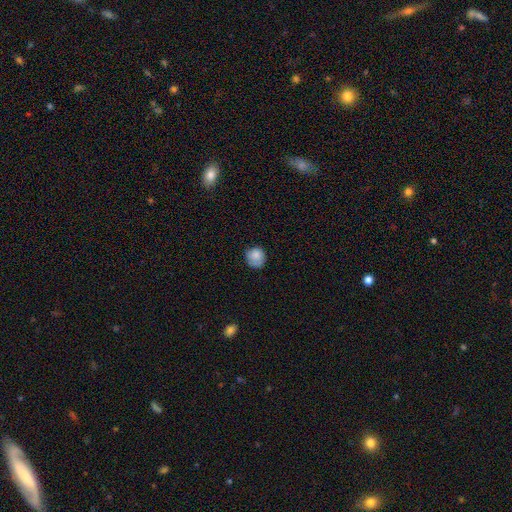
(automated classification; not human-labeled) smooth_or_featured: smooth (p=0.79) [alt: featured or disk p=0.12]
how_rounded: round (p=0.77) [alt: in between p=0.22]
merging: none (p=0.62) [alt: minor disturbance p=0.28]